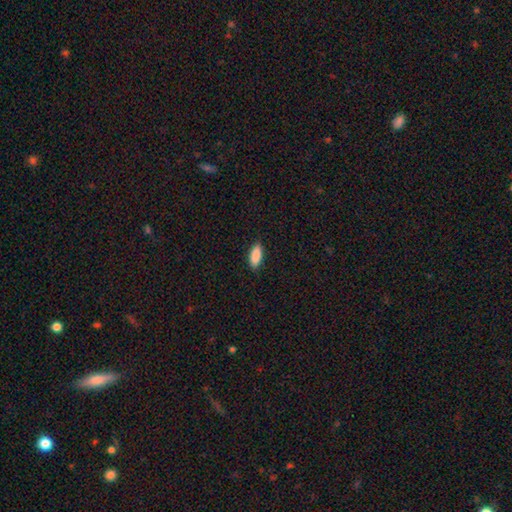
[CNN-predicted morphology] type=smooth (88%); roundness=in between (76%); merging=none (87%).